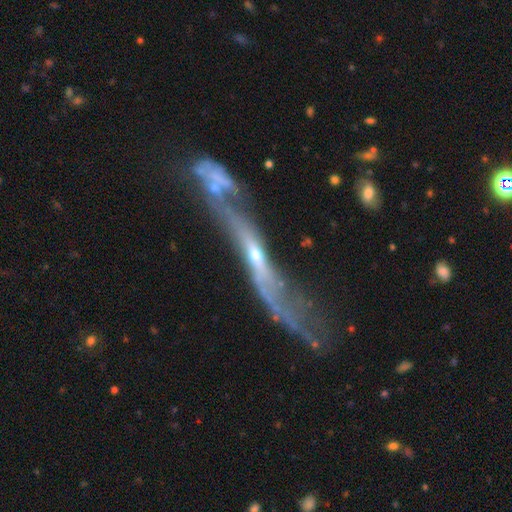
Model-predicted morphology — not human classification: featured or disk 76%, smooth 15%, star or artifact 9%. Down the decision tree: edge-on disk — yes (57%); merging — merger (31%).